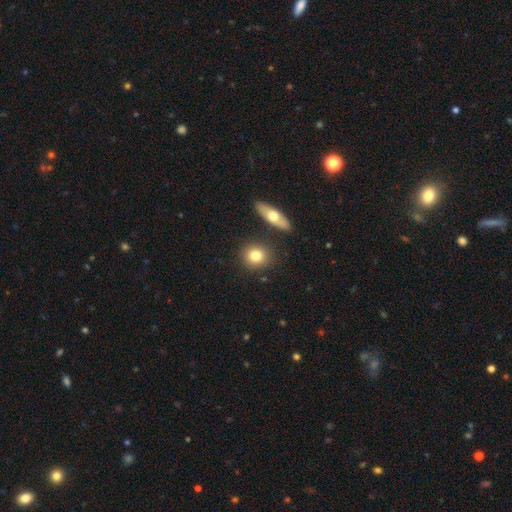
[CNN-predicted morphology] This appears to be a smooth galaxy with no disk features (78%) that is round (74%). Merging: none (81%).